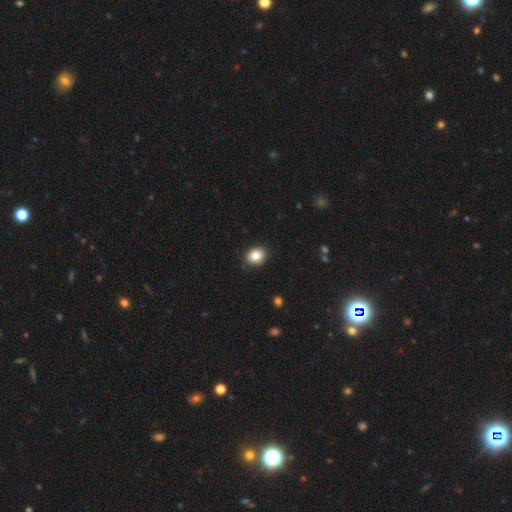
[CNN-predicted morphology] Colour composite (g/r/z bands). It shows a smooth galaxy with no disk features (84%) that is round (63%). Merging: none (90%).